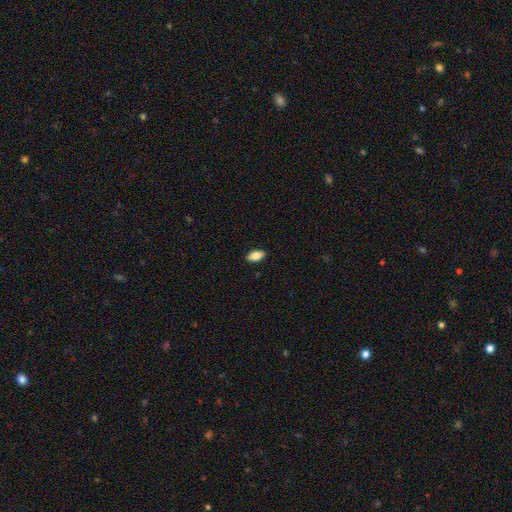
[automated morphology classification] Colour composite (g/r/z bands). It shows a smooth galaxy with no disk features (81%) that is in between round and cigar-shaped (88%). Merging: none (89%).